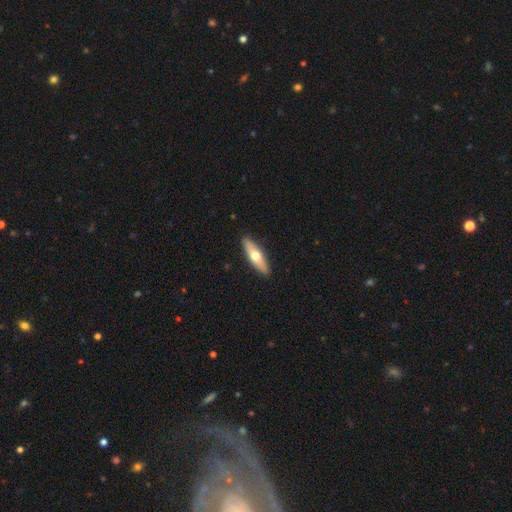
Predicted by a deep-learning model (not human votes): Smooth or featured? Predicted: smooth (p=0.52). How rounded? Predicted: cigar-shaped (p=0.63). Merging? Predicted: none (p=0.91).